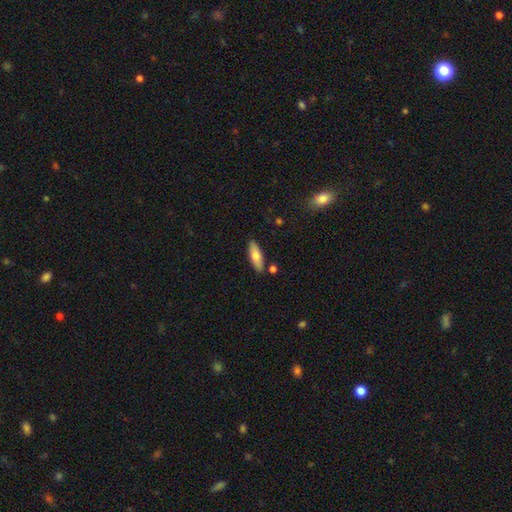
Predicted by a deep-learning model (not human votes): Morphology: type=smooth (72%); roundness=in between (57%); merging=none (84%).